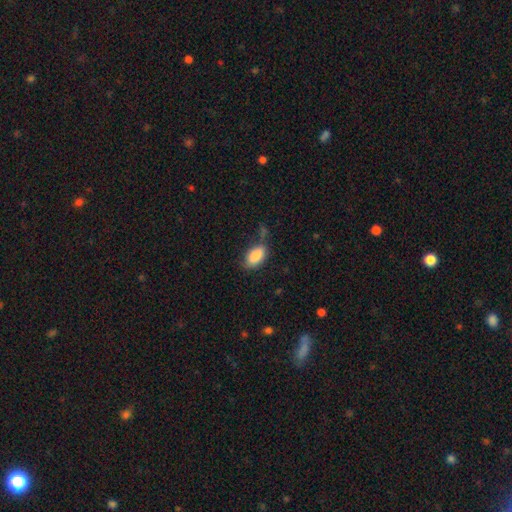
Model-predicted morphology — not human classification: This is clearly a smooth galaxy (87%). How rounded: clearly in between (93%). Merging: likely none (63%).